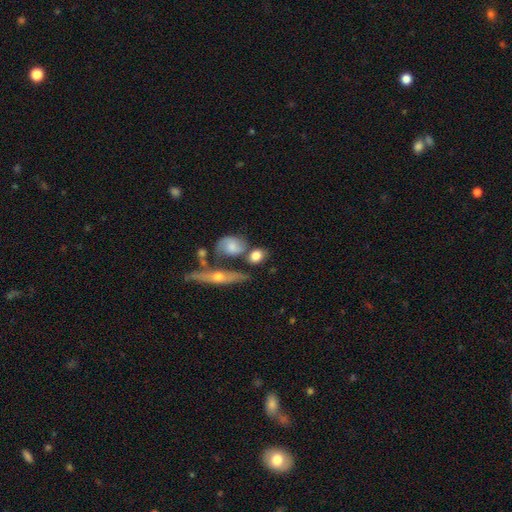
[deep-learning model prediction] Smooth or featured?
  - smooth: 73% *
  - featured or disk: 20%
  - star or artifact: 7%
How rounded?
  - in between: 56% *
  - round: 37%
  - cigar-shaped: 7%
Merging?
  - none: 56% *
  - merger: 22%
  - minor disturbance: 16%
  - major disturbance: 6%